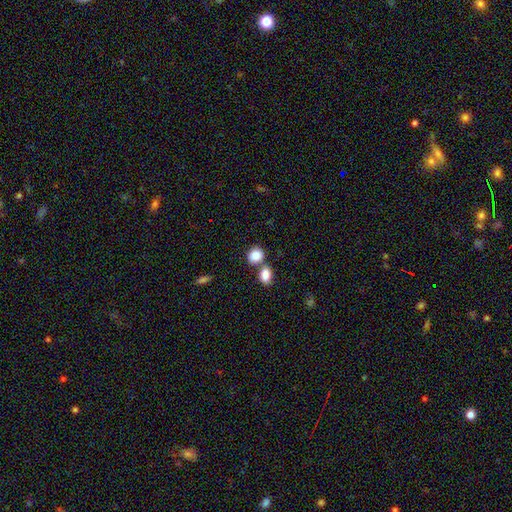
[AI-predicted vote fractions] A smooth galaxy with no disk features (86%) that is round (60%). Merging: none (49%).